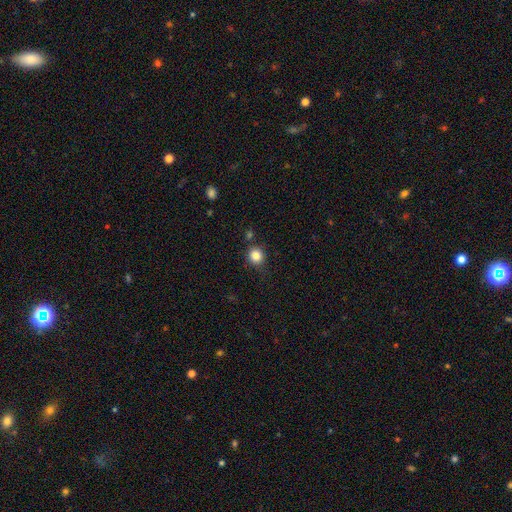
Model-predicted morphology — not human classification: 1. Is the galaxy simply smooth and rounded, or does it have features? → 84% smooth, 11% star or artifact, 5% featured or disk.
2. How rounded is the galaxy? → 88% round, 11% in between, 1% cigar-shaped.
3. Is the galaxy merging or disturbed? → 80% none, 12% minor disturbance, 5% merger, 3% major disturbance.